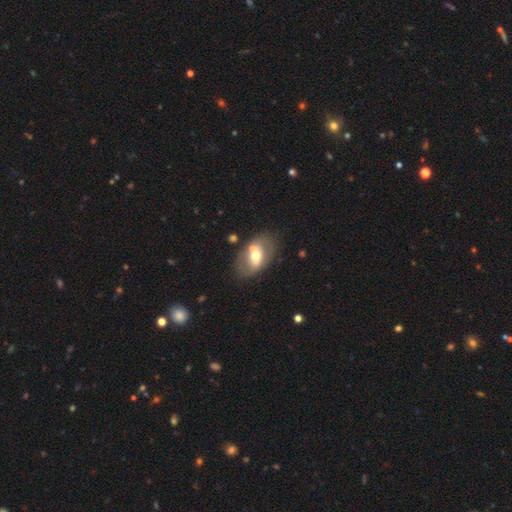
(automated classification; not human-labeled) smooth-or-featured: featured or disk: 48% | smooth: 44% | star or artifact: 8%
  merging: none: 62% | minor disturbance: 16% | merger: 15% | major disturbance: 7%